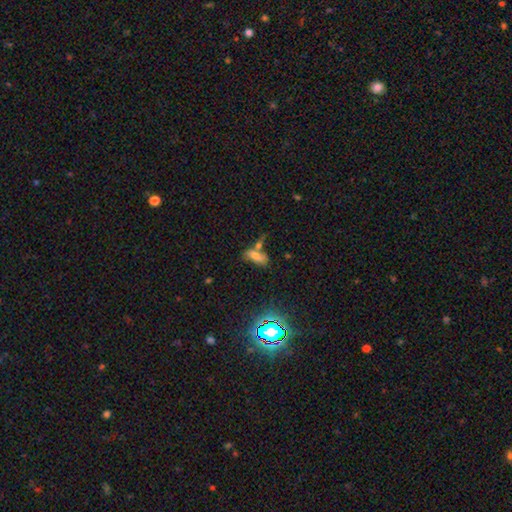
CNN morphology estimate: smooth_or_featured: smooth (p=0.61) [alt: featured or disk p=0.20]
how_rounded: in between (p=0.76) [alt: cigar-shaped p=0.19]
merging: merger (p=0.42) [alt: none p=0.35]